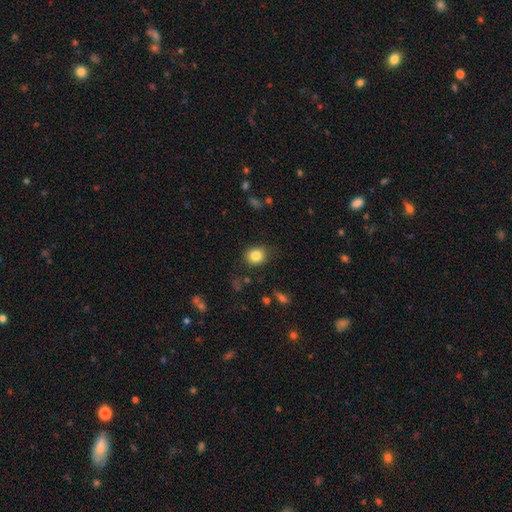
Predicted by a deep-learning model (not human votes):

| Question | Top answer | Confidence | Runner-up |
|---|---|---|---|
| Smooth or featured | smooth | 83% | star or artifact (11%) |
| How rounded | round | 73% | in between (26%) |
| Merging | none | 86% | minor disturbance (10%) |